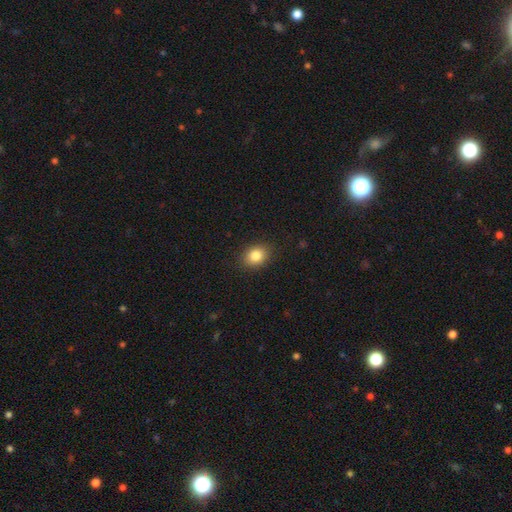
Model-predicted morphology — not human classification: This appears to be a smooth galaxy with no disk features (84%) that is in between round and cigar-shaped (53%). Merging: none (89%).